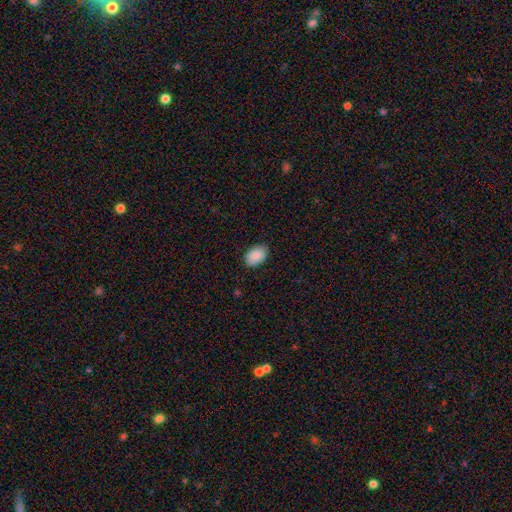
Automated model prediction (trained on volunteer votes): A smooth galaxy with no disk features (89%) that is in between round and cigar-shaped (89%).

Vote fractions:
- Smooth or featured? smooth: 89% / star or artifact: 6% / featured or disk: 5%
- How rounded? in between: 89% / round: 10% / cigar-shaped: 1%
- Merging? none: 86% / minor disturbance: 11% / major disturbance: 2% / merger: 1%